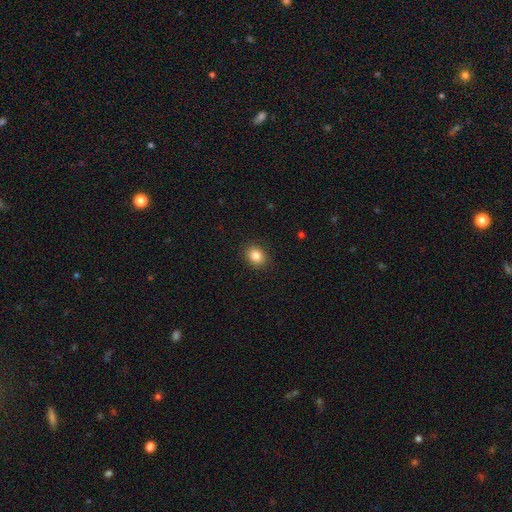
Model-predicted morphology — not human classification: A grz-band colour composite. It shows a smooth galaxy with no disk features (85%) that is round (54%). Merging: none (89%).